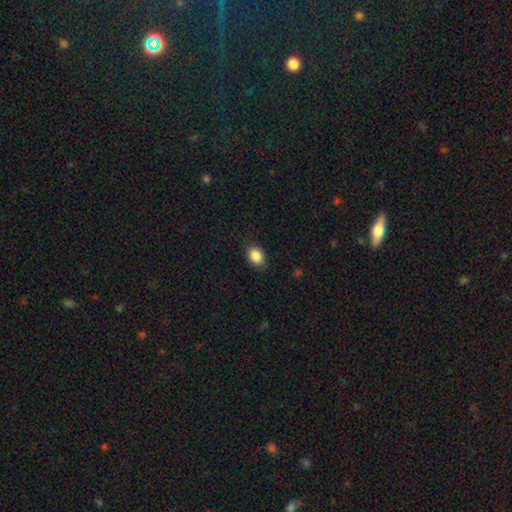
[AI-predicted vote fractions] smooth-or-featured: smooth: 88% | star or artifact: 9% | featured or disk: 3%
  how-rounded: in between: 61% | round: 38% | cigar-shaped: 1%
  merging: none: 87% | minor disturbance: 10% | major disturbance: 2% | merger: 1%